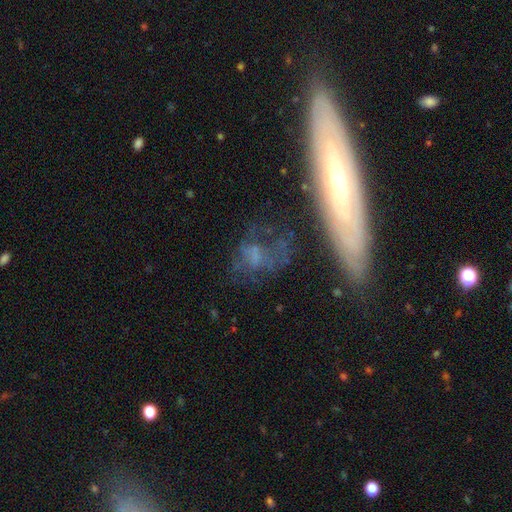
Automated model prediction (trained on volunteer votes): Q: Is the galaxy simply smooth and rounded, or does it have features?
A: featured or disk — 48%.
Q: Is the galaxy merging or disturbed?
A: none — 47%.